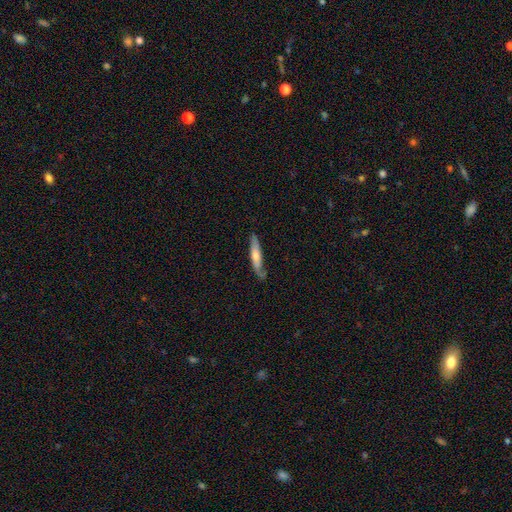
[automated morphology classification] This is possibly a smooth galaxy (49%). Merging: likely none (70%).